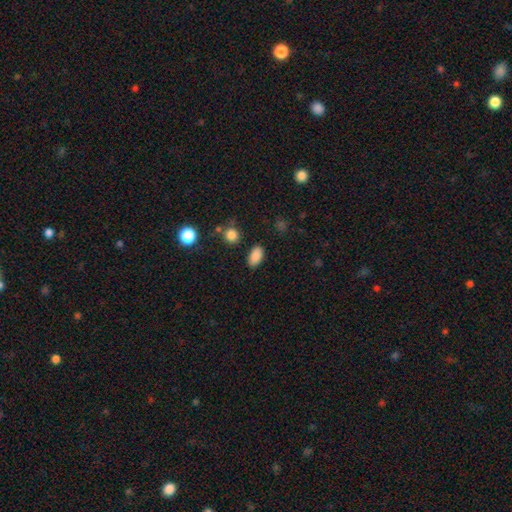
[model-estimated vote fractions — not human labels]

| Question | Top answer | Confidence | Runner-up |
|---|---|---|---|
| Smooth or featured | smooth | 86% | star or artifact (9%) |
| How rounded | in between | 90% | round (7%) |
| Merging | none | 85% | minor disturbance (10%) |